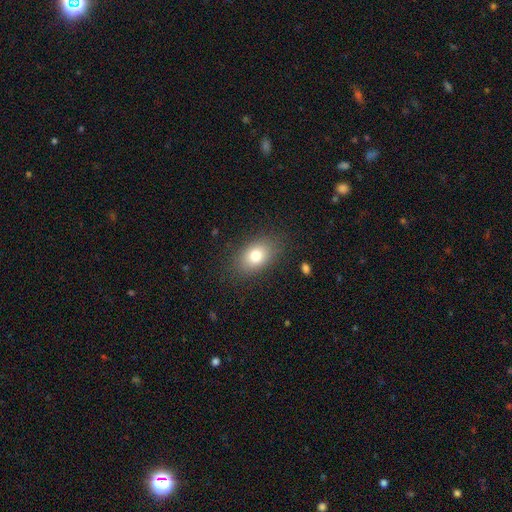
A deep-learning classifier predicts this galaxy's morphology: smooth-or-featured: smooth: 78% | featured or disk: 12% | star or artifact: 10%
  how-rounded: in between: 81% | round: 17% | cigar-shaped: 2%
  merging: none: 84% | minor disturbance: 11% | major disturbance: 4% | merger: 1%